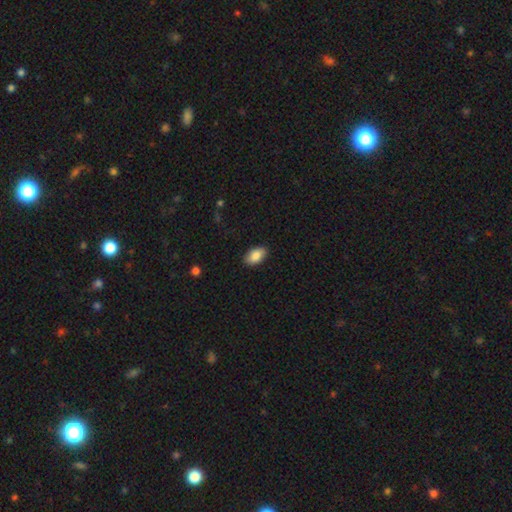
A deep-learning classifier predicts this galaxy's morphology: This appears to be a smooth galaxy with no disk features (87%) that is in between round and cigar-shaped (94%). Merging: none (88%).